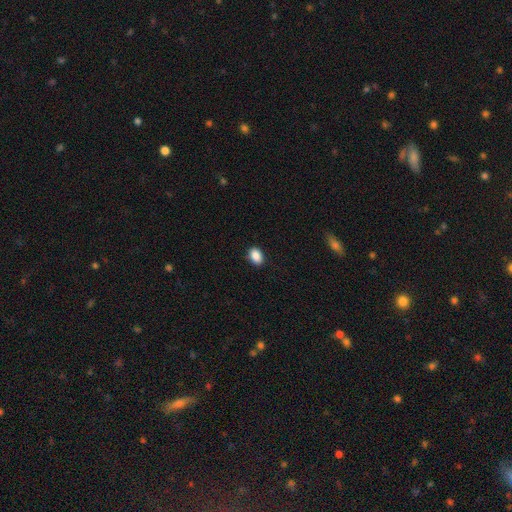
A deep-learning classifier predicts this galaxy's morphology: Smooth or featured? smooth (89%)
How rounded? in between (83%)
Merging? none (89%)